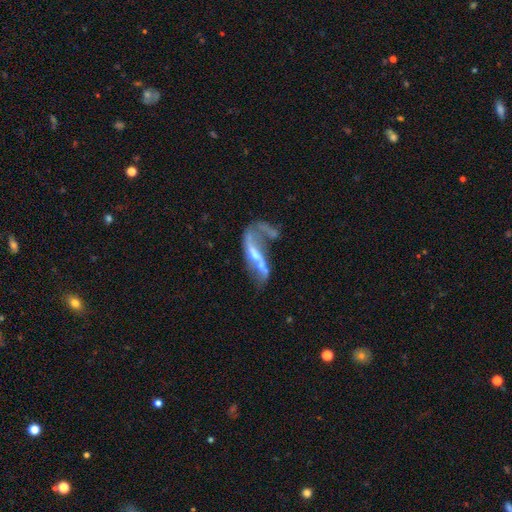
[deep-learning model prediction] featured or disk 78%, smooth 14%, star or artifact 8%. Down the decision tree: edge-on disk — no (89%); bar — no (37%); spiral arms — yes (72%); bulge size — moderate (41%); merging — major disturbance (33%).